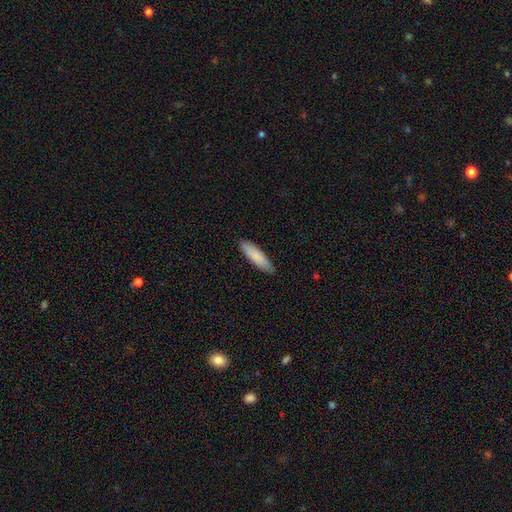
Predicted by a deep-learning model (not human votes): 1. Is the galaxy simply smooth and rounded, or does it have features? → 85% smooth, 10% featured or disk, 5% star or artifact.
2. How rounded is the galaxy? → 67% cigar-shaped, 32% in between, 1% round.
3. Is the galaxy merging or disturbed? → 86% none, 11% minor disturbance, 2% major disturbance, 1% merger.